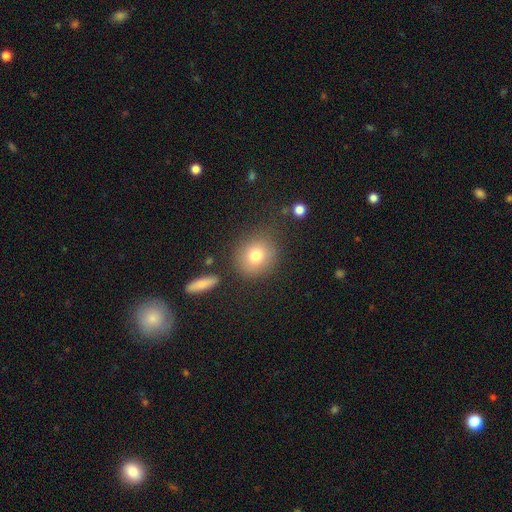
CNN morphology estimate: Smooth or featured? smooth (77%)
How rounded? round (81%)
Merging? none (80%)